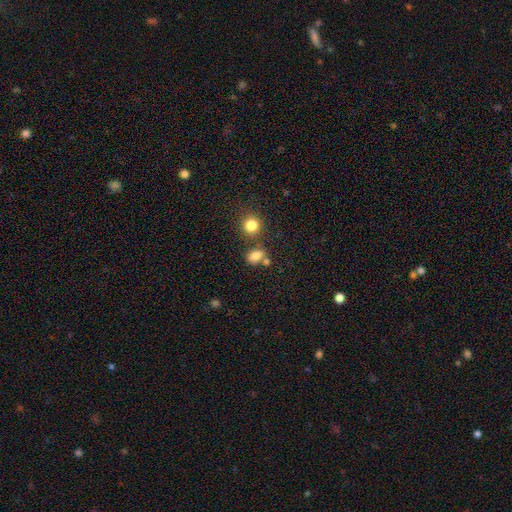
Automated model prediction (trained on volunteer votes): This is likely a smooth galaxy (80%). How rounded: likely in between (61%). Merging: possibly none (59%).